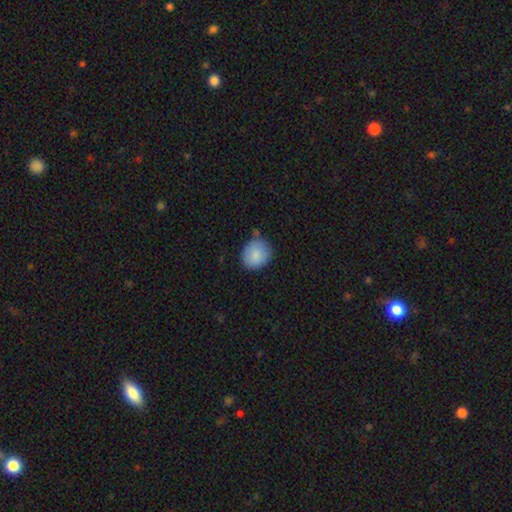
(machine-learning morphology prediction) smooth-or-featured: smooth: 87% | star or artifact: 7% | featured or disk: 6%
  how-rounded: round: 76% | in between: 23% | cigar-shaped: 1%
  merging: none: 70% | minor disturbance: 21% | merger: 5% | major disturbance: 4%